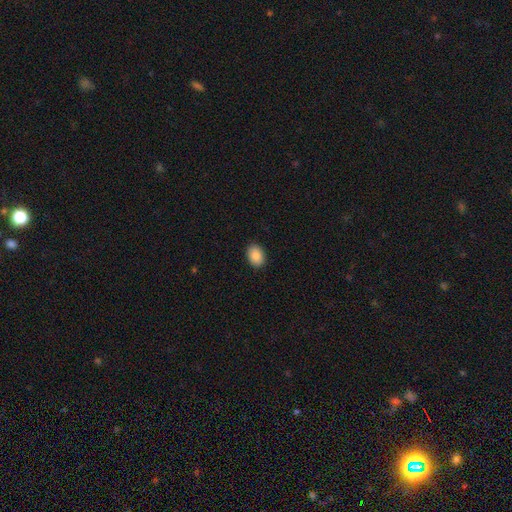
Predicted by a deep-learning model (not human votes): A smooth galaxy with no disk features (88%) that is in between round and cigar-shaped (78%).

Vote fractions:
- Smooth or featured? smooth: 88% / star or artifact: 7% / featured or disk: 4%
- How rounded? in between: 78% / round: 21% / cigar-shaped: 1%
- Merging? none: 90% / minor disturbance: 7% / major disturbance: 2% / merger: 1%